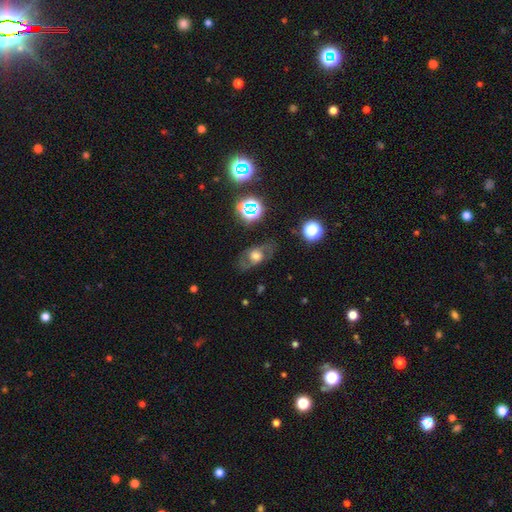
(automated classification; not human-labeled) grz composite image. It shows a featured or disk galaxy (58%) with no bar (68%), spiral arms (67%) and a large central bulge (41%, tied with moderate). Merging: none (72%).